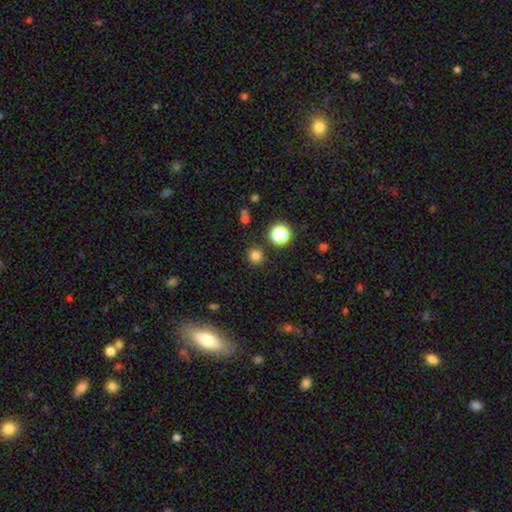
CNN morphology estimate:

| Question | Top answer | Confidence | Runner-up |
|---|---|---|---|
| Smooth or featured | smooth | 78% | star or artifact (17%) |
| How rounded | round | 92% | in between (7%) |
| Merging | none | 88% | minor disturbance (6%) |